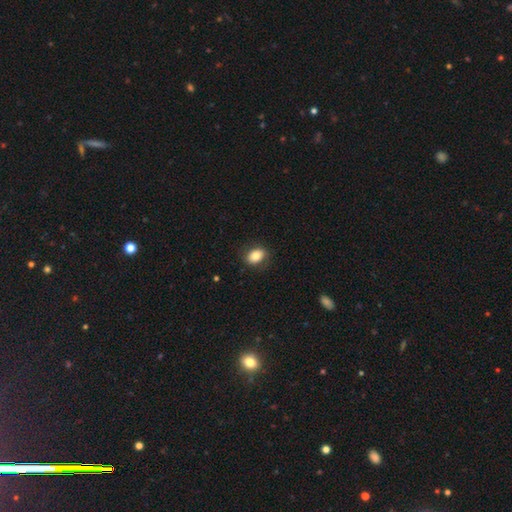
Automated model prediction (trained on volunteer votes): A smooth galaxy with no disk features (81%) that is in between round and cigar-shaped (72%).

Vote fractions:
- Smooth or featured? smooth: 81% / featured or disk: 11% / star or artifact: 8%
- How rounded? in between: 72% / round: 27% / cigar-shaped: 1%
- Merging? none: 84% / minor disturbance: 12% / major disturbance: 4% / merger: 1%